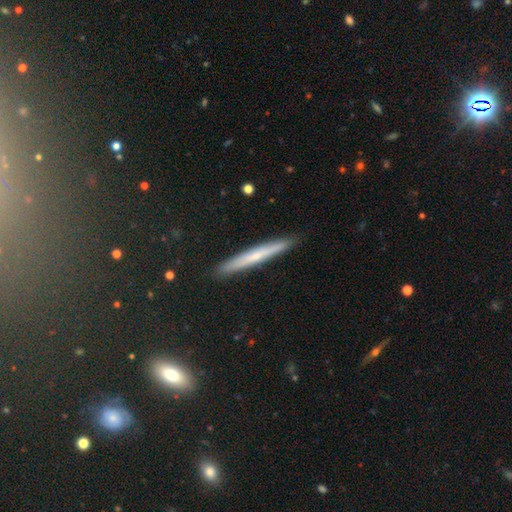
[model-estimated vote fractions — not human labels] smooth-or-featured: smooth: 47% | featured or disk: 46% | star or artifact: 7%
  merging: none: 91% | minor disturbance: 7% | major disturbance: 1% | merger: 1%